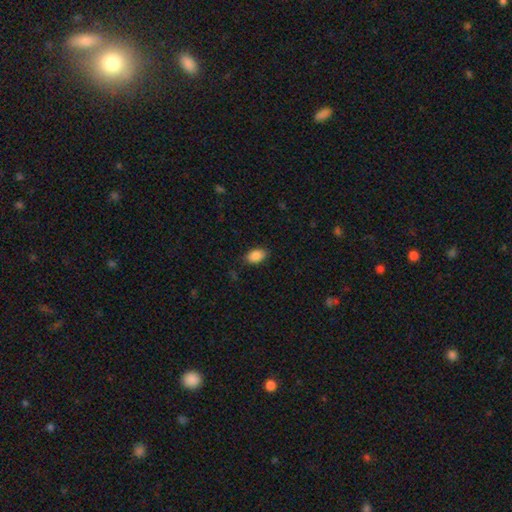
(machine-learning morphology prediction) Overall: smooth (88%). How rounded: in between (90%). Merging: none (85%).